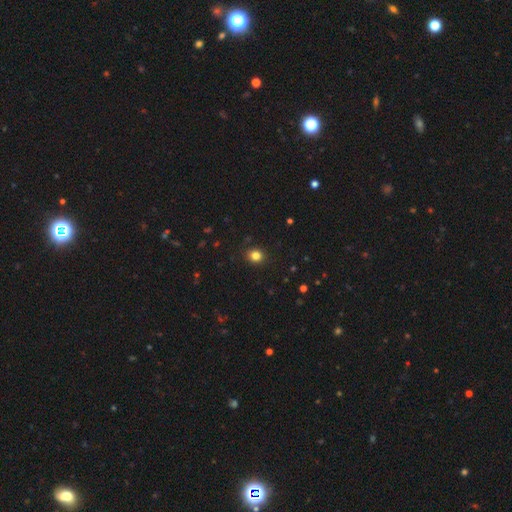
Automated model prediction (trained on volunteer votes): Smooth or featured: smooth — 83% (star or artifact — 12%)
How rounded: round — 73% (in between — 26%)
Merging: none — 90% (minor disturbance — 7%)